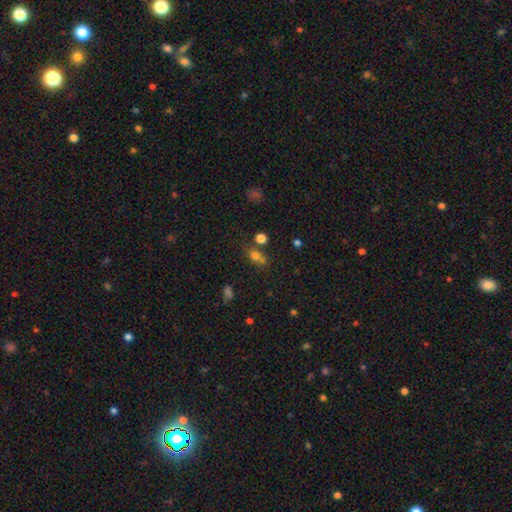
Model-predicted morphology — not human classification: Smooth or featured?
  - smooth: 69% *
  - star or artifact: 20%
  - featured or disk: 11%
How rounded?
  - round: 57% *
  - in between: 41%
  - cigar-shaped: 3%
Merging?
  - none: 49% *
  - merger: 32%
  - minor disturbance: 13%
  - major disturbance: 6%